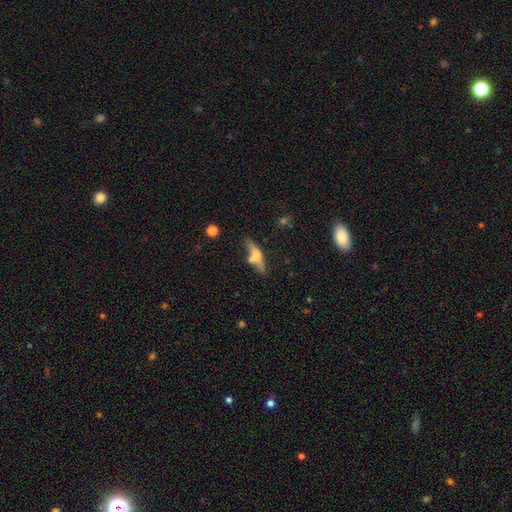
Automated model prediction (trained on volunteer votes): Smooth or featured?
  - featured or disk: 48% *
  - smooth: 44%
  - star or artifact: 8%
Merging?
  - none: 62% *
  - minor disturbance: 16%
  - merger: 16%
  - major disturbance: 6%